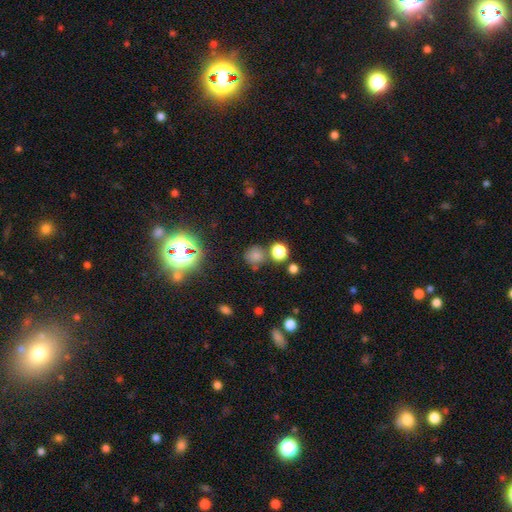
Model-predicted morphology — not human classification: Smooth or featured? smooth (70%)
How rounded? round (88%)
Merging? none (70%)